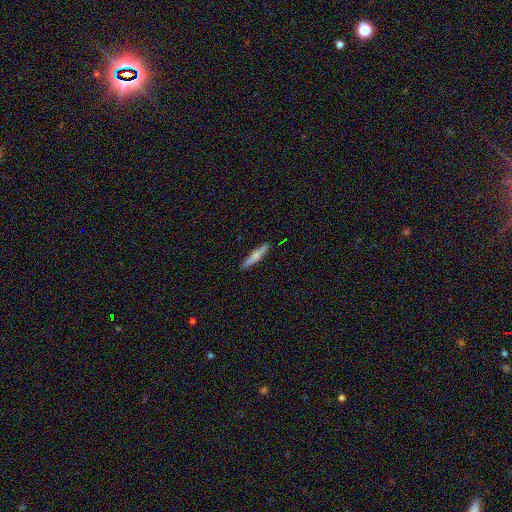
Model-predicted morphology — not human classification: Overall: smooth (70%). How rounded: cigar-shaped (90%). Merging: none (90%).